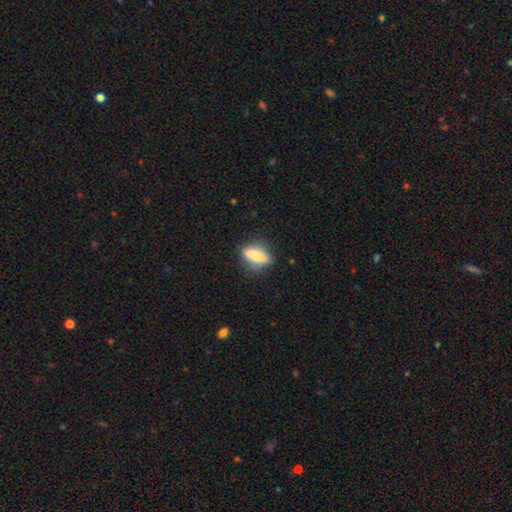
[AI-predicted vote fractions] Smooth or featured? smooth (64%)
How rounded? in between (54%)
Merging? none (77%)